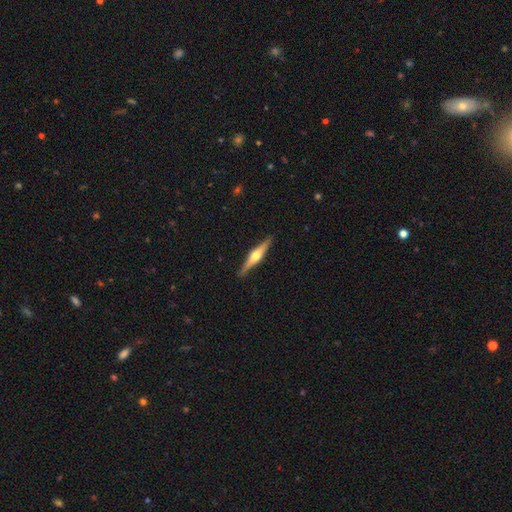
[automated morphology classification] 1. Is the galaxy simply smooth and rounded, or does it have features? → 72% featured or disk, 23% smooth, 5% star or artifact.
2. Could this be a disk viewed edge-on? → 98% yes, 2% no.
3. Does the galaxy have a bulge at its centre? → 95% rounded, 3% boxy, 2% none.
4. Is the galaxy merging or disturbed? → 90% none, 7% minor disturbance, 1% major disturbance, 1% merger.